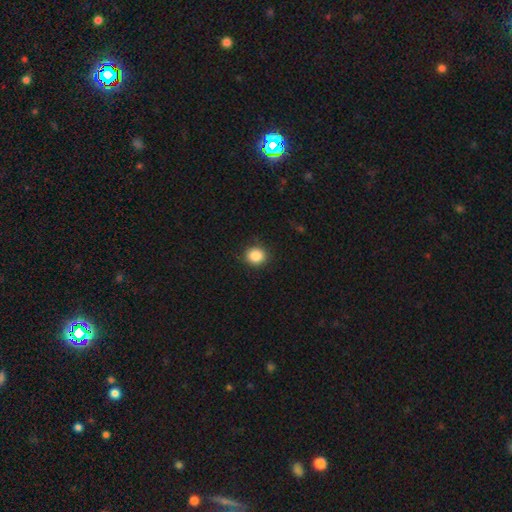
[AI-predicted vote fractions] Smooth or featured? smooth (88%)
How rounded? round (85%)
Merging? none (86%)